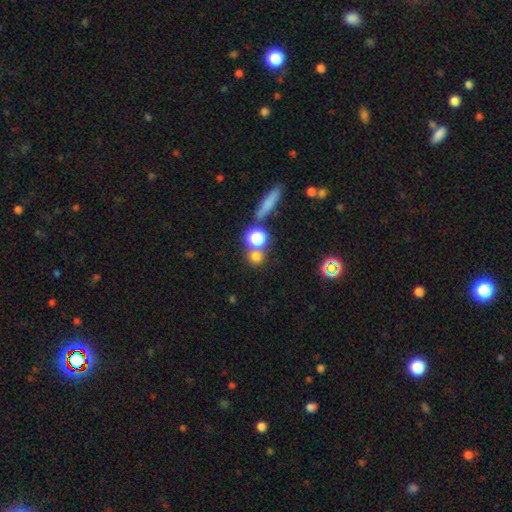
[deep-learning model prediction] smooth 68%, star or artifact 23%, featured or disk 8%. Down the decision tree: how rounded — round (86%); merging — none (69%).